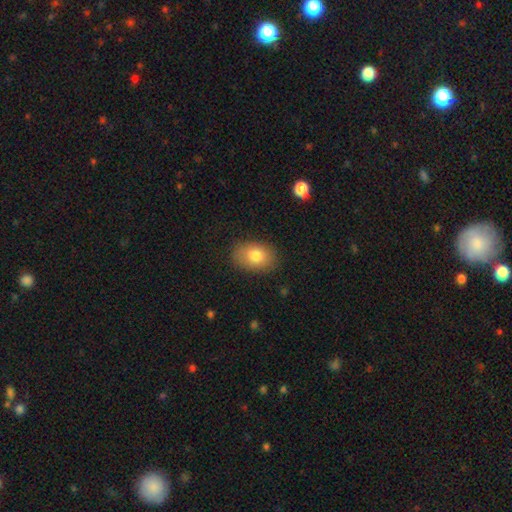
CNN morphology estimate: Smooth or featured? smooth (80%)
How rounded? in between (81%)
Merging? none (84%)